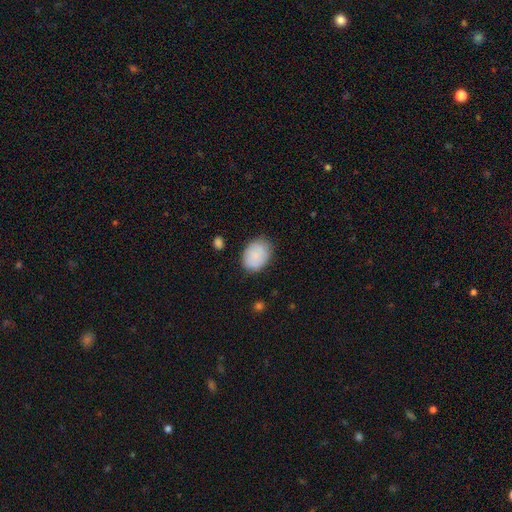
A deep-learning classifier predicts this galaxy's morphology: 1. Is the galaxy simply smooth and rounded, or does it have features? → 87% smooth, 6% featured or disk, 6% star or artifact.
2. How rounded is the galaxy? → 75% in between, 24% round, 1% cigar-shaped.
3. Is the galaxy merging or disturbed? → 80% none, 15% minor disturbance, 3% major disturbance, 1% merger.